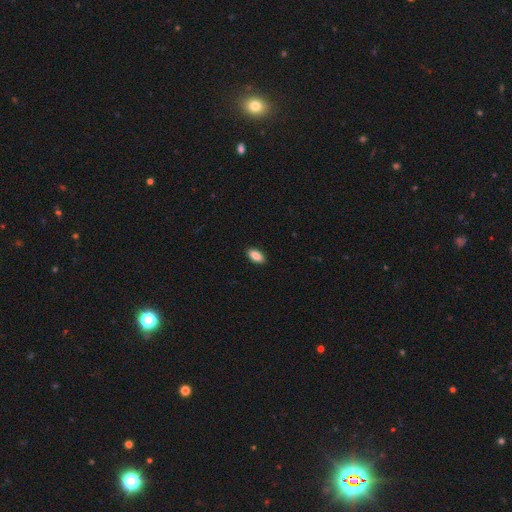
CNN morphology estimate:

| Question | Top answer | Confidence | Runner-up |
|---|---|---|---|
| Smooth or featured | smooth | 87% | star or artifact (7%) |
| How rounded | in between | 93% | cigar-shaped (4%) |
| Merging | none | 91% | minor disturbance (7%) |